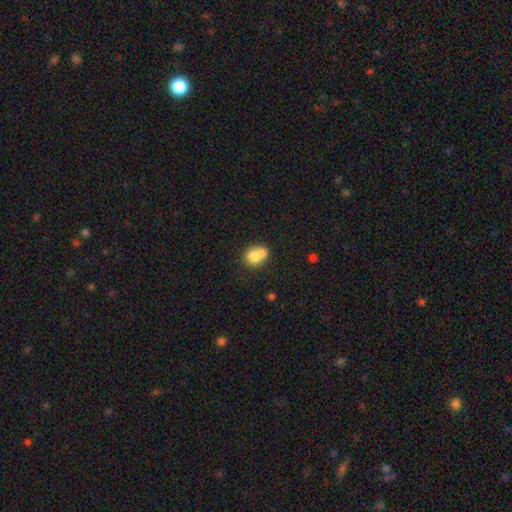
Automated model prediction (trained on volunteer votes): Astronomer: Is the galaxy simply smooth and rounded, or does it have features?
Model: smooth — 74%.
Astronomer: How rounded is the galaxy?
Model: round — 64%.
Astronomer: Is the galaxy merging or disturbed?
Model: merger — 59%.